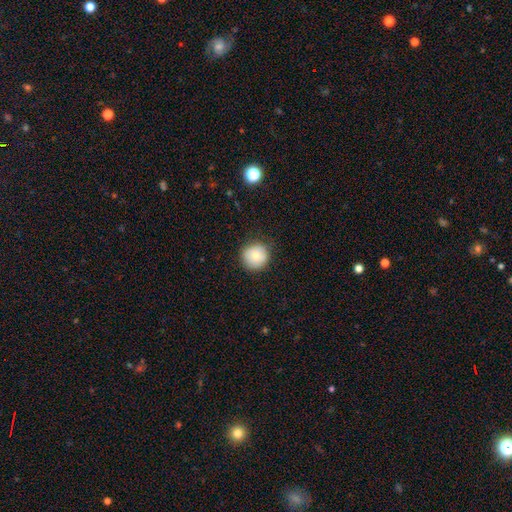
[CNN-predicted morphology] Smooth or featured: smooth — 78% (featured or disk — 12%)
How rounded: round — 92% (in between — 7%)
Merging: none — 82% (minor disturbance — 13%)